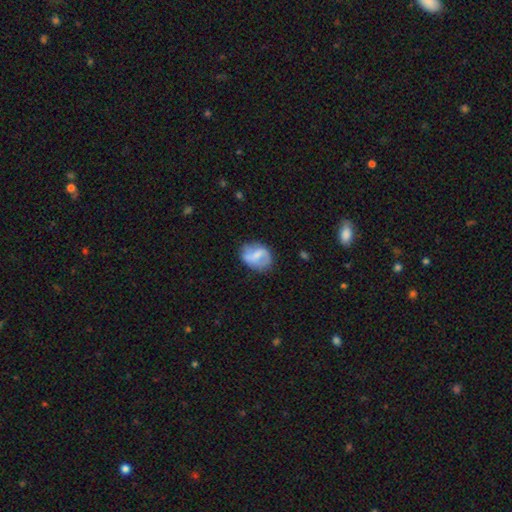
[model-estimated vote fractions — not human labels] Overall: featured or disk (52%; smooth 41%). Edge-on disk: no (96%). Merging: none (68%).